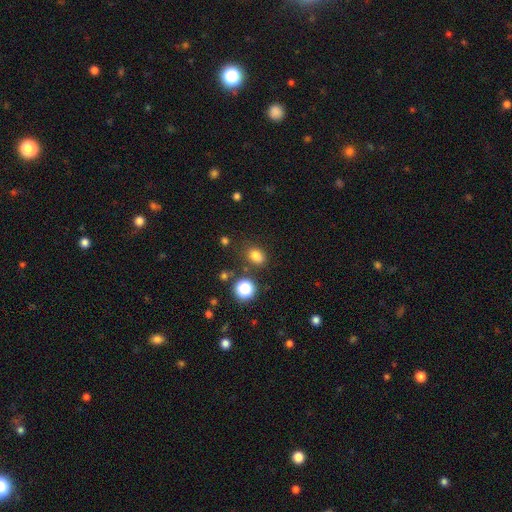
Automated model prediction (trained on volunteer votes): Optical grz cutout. It shows a smooth galaxy with no disk features (78%) that is in between round and cigar-shaped (63%). Merging: none (77%).